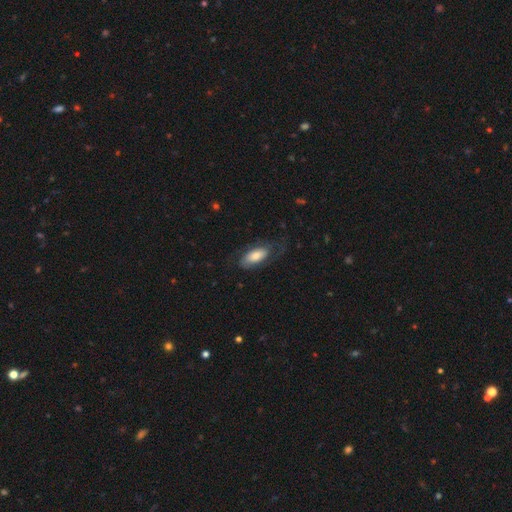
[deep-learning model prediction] Smooth or featured: smooth — 62% (featured or disk — 32%)
How rounded: in between — 86% (cigar-shaped — 11%)
Merging: none — 59% (minor disturbance — 22%)